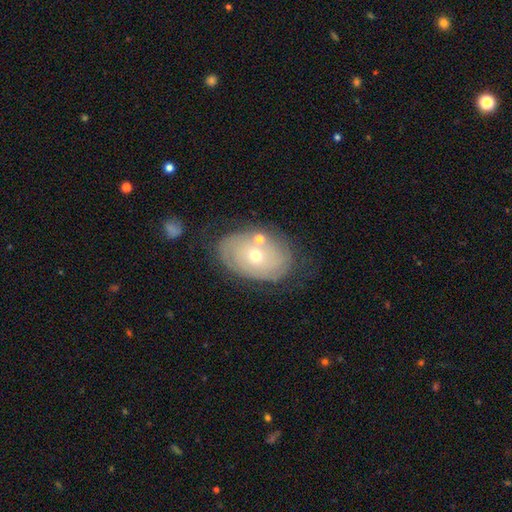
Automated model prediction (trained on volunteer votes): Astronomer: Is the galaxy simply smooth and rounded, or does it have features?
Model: featured or disk — 59%.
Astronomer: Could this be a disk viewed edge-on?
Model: no — 94%.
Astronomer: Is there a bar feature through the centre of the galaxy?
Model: no — 85%.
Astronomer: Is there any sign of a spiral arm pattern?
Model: yes — 61% (runner-up: no, 39%).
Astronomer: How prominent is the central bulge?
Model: small — 54% (runner-up: moderate, 43%).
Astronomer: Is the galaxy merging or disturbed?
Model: none — 65%.